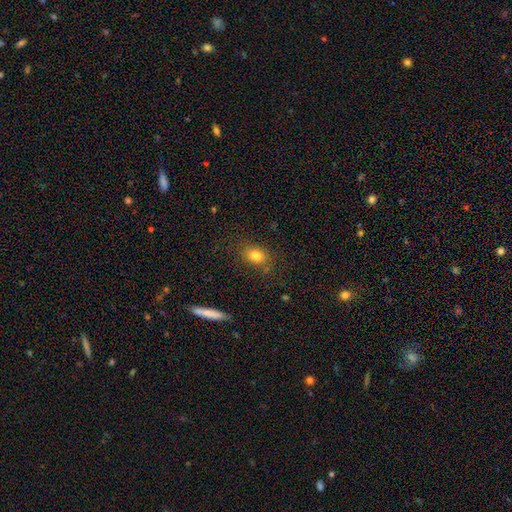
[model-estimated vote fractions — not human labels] Morphology: type=smooth (80%); roundness=in between (60%); merging=none (78%).